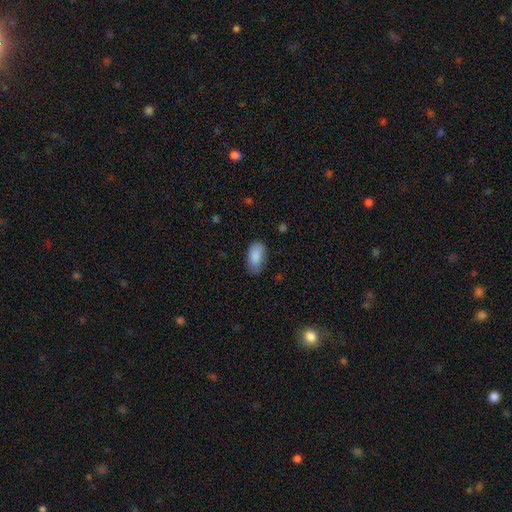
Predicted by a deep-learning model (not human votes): The model was most divided on "merging": none: 73%, minor disturbance: 21%, major disturbance: 4%, merger: 1%. More confident: how rounded — in between (94%); smooth or featured — smooth (88%).